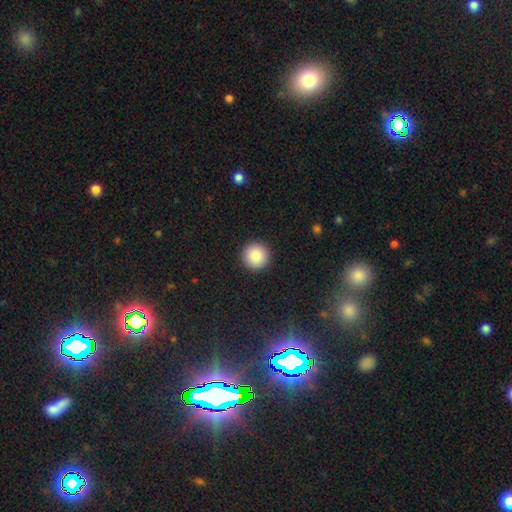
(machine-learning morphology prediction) The model was most divided on "smooth or featured": smooth: 88%, star or artifact: 8%, featured or disk: 4%. More confident: how rounded — round (96%); merging — none (93%).